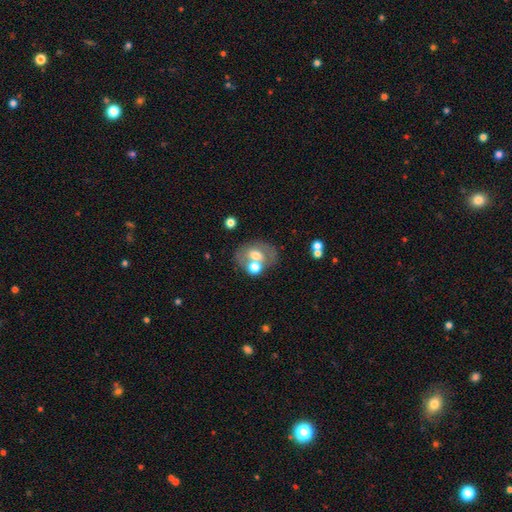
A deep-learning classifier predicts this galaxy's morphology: A smooth galaxy with no disk features (55%) that is in between round and cigar-shaped (63%). Merging: none (52%).